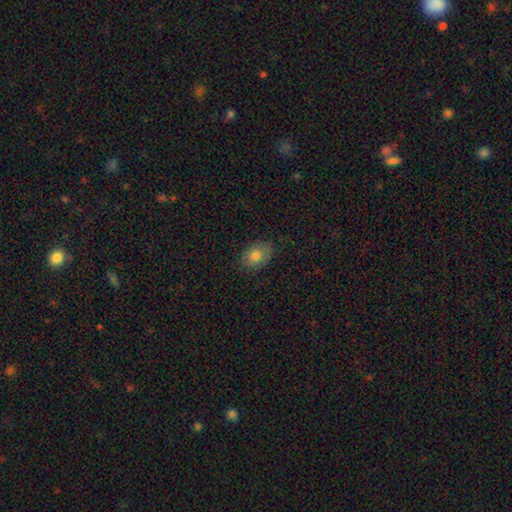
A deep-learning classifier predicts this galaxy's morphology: This is likely a smooth galaxy (76%). How rounded: likely in between (78%). Merging: likely none (80%).